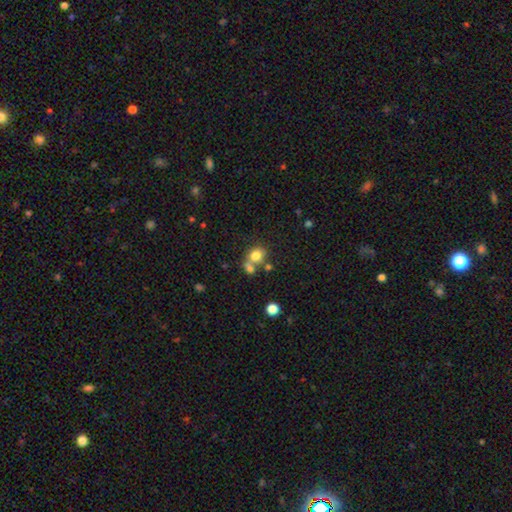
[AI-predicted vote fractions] A smooth galaxy with no disk features (78%) that is round (70%). Merging: none (46%).